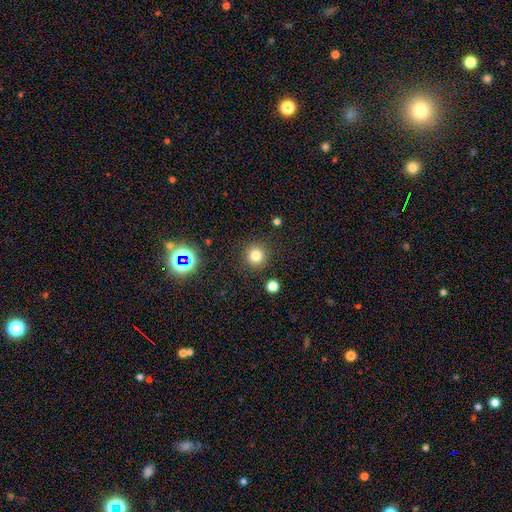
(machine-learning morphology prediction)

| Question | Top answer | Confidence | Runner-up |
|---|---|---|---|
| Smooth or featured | smooth | 79% | star or artifact (15%) |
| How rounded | round | 94% | in between (5%) |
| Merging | none | 89% | minor disturbance (6%) |